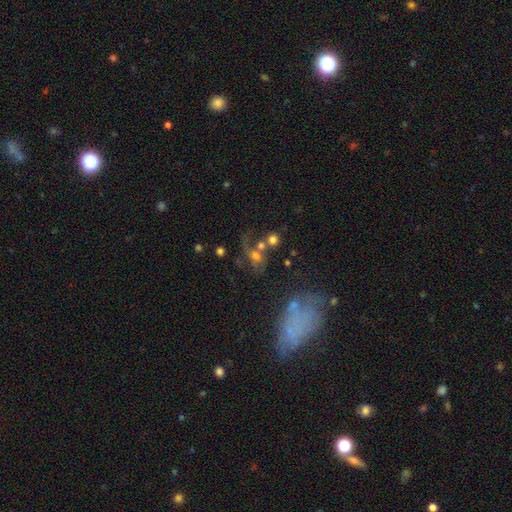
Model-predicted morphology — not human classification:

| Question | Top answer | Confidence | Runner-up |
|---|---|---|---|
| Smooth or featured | smooth | 47% | featured or disk (35%) |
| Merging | merger | 34% | none (31%) |